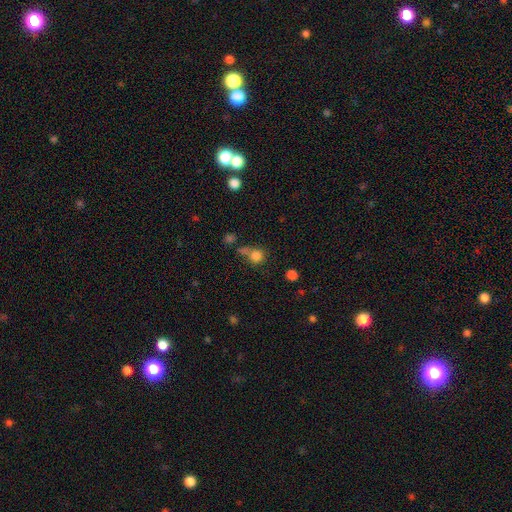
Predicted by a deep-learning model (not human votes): A smooth galaxy with no disk features (80%) that is round (86%). Merging: none (49%).